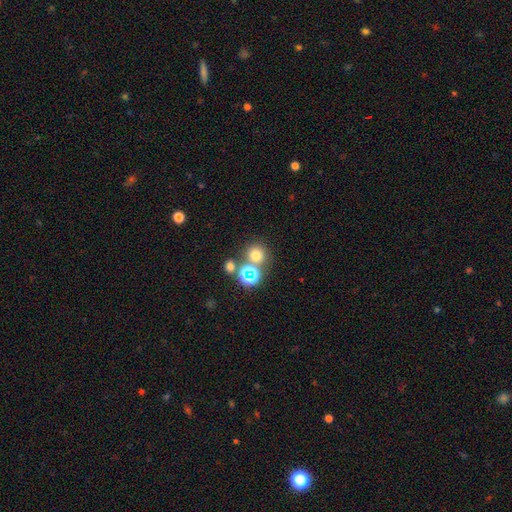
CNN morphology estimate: Smooth or featured? smooth (68%)
How rounded? round (90%)
Merging? none (69%)